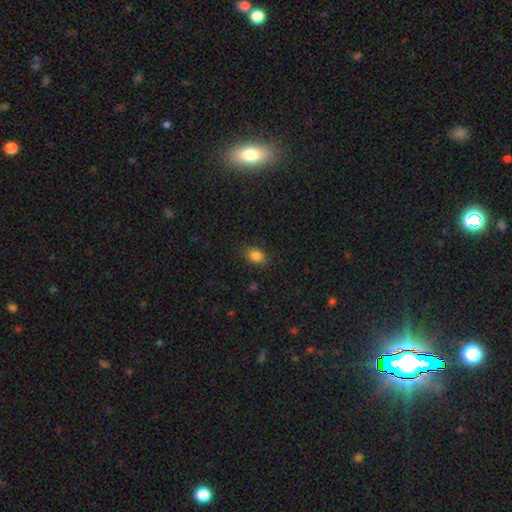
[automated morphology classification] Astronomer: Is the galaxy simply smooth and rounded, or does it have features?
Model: smooth — 84%.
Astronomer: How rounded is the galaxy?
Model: in between — 76%.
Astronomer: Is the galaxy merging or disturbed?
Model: none — 84%.